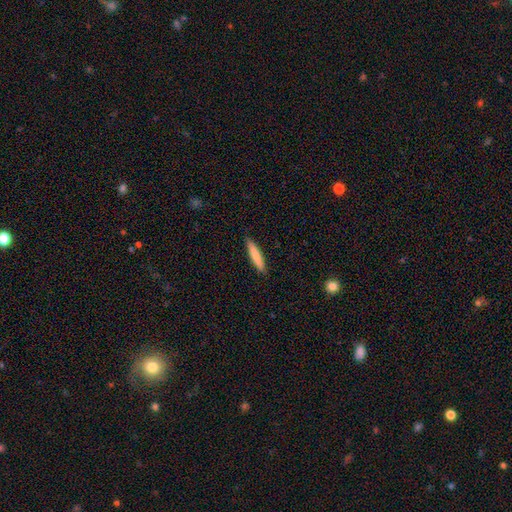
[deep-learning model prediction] Smooth or featured? smooth (79%)
How rounded? cigar-shaped (91%)
Merging? none (90%)